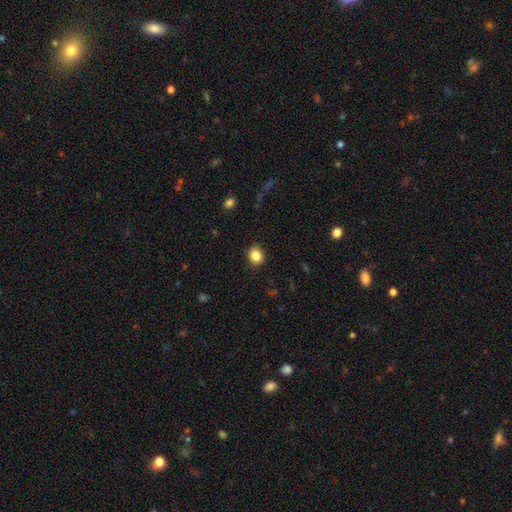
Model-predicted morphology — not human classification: Overall: smooth (86%). How rounded: round (59%; in between 40%). Merging: none (89%).